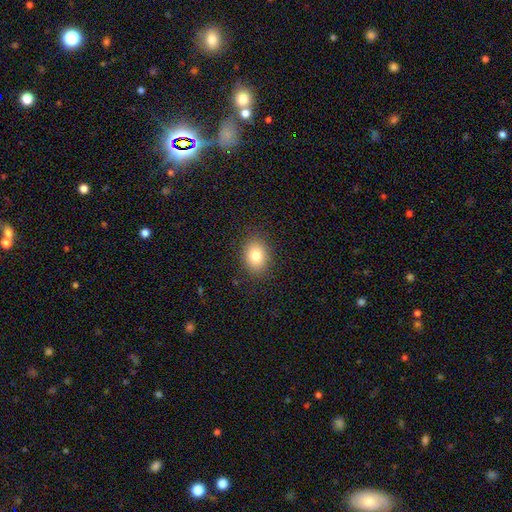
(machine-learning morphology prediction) smooth_or_featured: smooth (p=0.81) [alt: star or artifact p=0.10]
how_rounded: in between (p=0.55) [alt: round p=0.44]
merging: none (p=0.88) [alt: minor disturbance p=0.09]